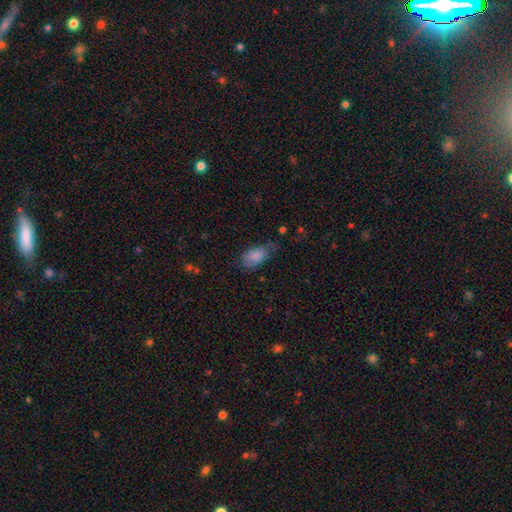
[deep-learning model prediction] This is clearly a smooth galaxy (84%). How rounded: clearly in between (93%). Merging: possibly none (51%).